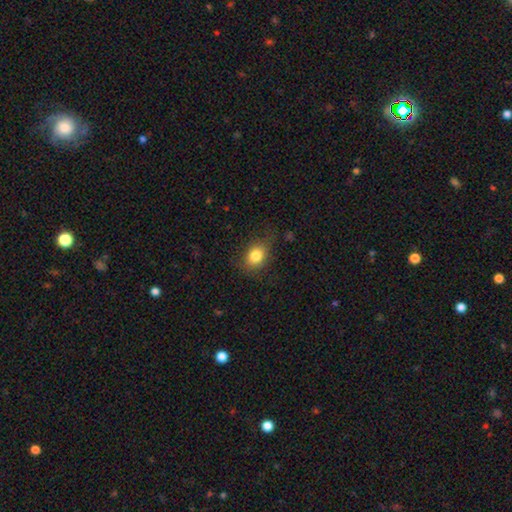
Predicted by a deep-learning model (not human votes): smooth_or_featured: smooth (p=0.82) [alt: star or artifact p=0.10]
how_rounded: in between (p=0.53) [alt: round p=0.46]
merging: none (p=0.74) [alt: minor disturbance p=0.19]